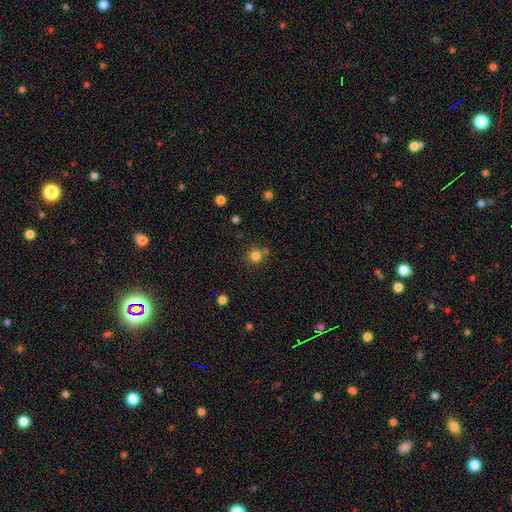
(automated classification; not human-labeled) This appears to be a smooth galaxy with no disk features (81%) that is round (92%). Merging: none (72%).